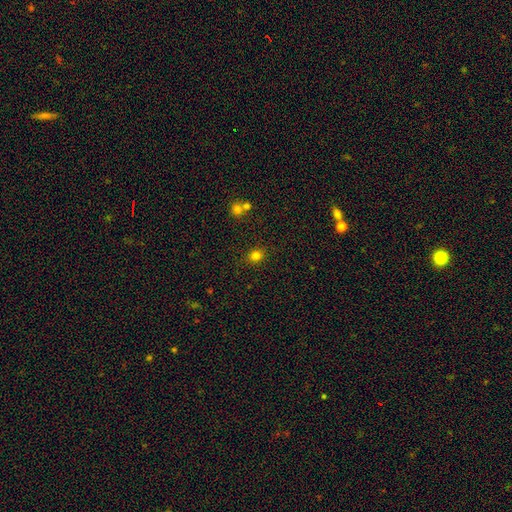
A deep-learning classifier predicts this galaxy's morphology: smooth-or-featured: smooth: 80% | star or artifact: 14% | featured or disk: 6%
  how-rounded: round: 67% | in between: 32% | cigar-shaped: 1%
  merging: none: 86% | minor disturbance: 8% | merger: 4% | major disturbance: 3%